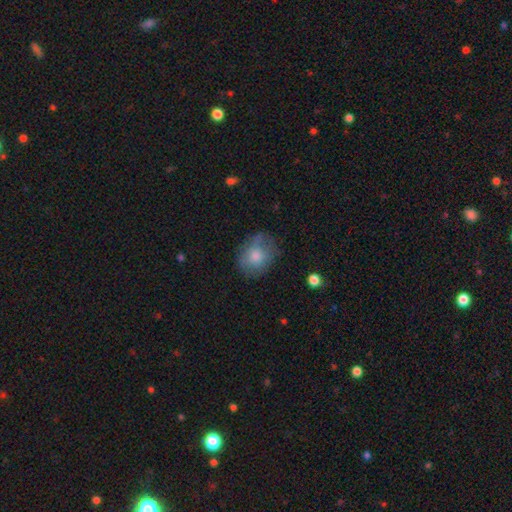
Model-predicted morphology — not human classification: Smooth or featured? smooth (70%)
How rounded? round (53%)
Merging? none (66%)